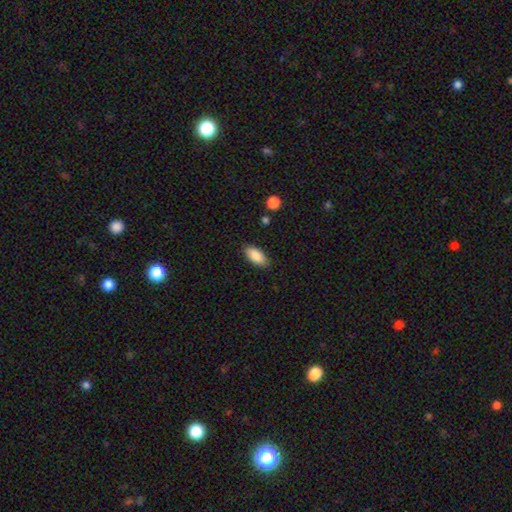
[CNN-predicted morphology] A smooth galaxy with no disk features (88%) that is in between round and cigar-shaped (89%).

Vote fractions:
- Smooth or featured? smooth: 88% / star or artifact: 7% / featured or disk: 6%
- How rounded? in between: 89% / cigar-shaped: 8% / round: 2%
- Merging? none: 86% / minor disturbance: 11% / major disturbance: 2% / merger: 1%